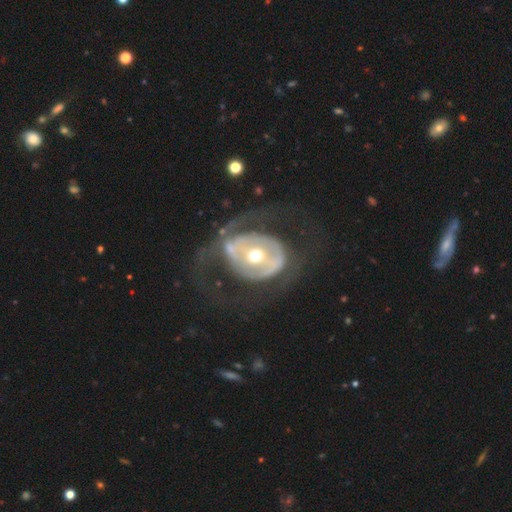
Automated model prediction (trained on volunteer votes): Smooth or featured?
  - featured or disk: 76% *
  - smooth: 19%
  - star or artifact: 5%
Edge-on disk?
  - no: 96% *
  - yes: 4%
Bar?
  - no: 39% *
  - strong: 31%
  - weak: 30%
Spiral arms?
  - no: 52% *
  - yes: 48%
Bulge size?
  - moderate: 70% *
  - small: 20%
  - large: 7%
  - dominant: 1%
  - none: 1%
Merging?
  - none: 46% *
  - major disturbance: 34%
  - minor disturbance: 16%
  - merger: 3%